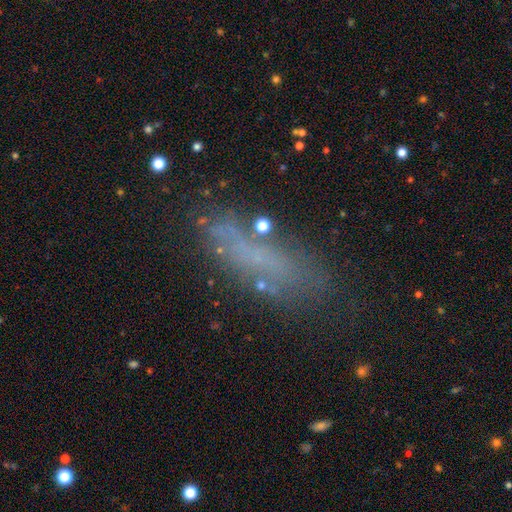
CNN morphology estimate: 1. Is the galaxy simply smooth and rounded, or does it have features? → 48% smooth, 33% featured or disk, 19% star or artifact.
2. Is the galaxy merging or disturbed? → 68% none, 18% minor disturbance, 10% major disturbance, 4% merger.